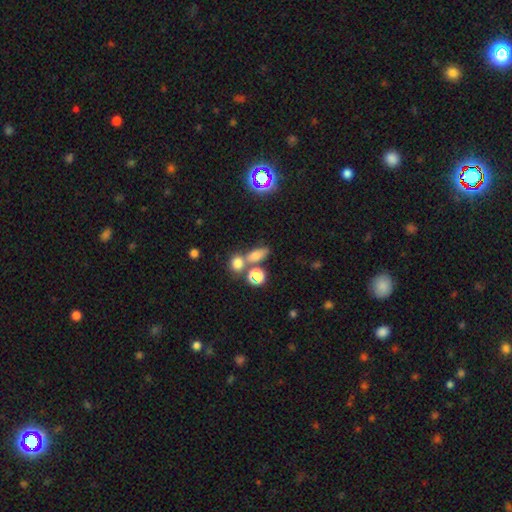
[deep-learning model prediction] Morphology: type=smooth (69%); roundness=in between (63%); merging=none (49%).